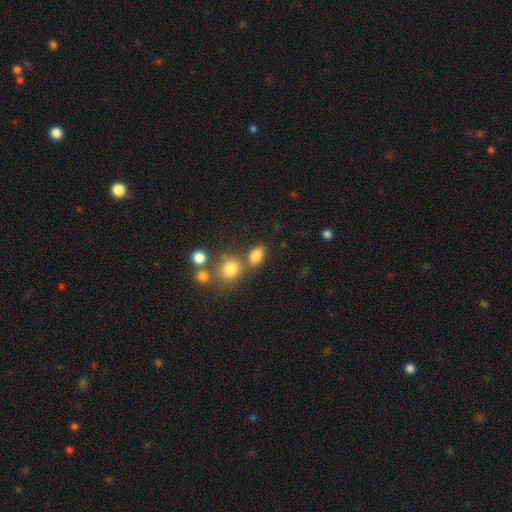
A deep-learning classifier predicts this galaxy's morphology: smooth_or_featured: smooth (p=0.79) [alt: star or artifact p=0.12]
how_rounded: in between (p=0.73) [alt: round p=0.25]
merging: none (p=0.61) [alt: merger p=0.21]